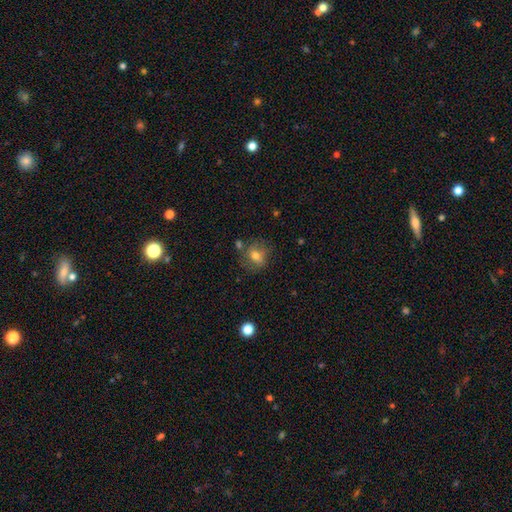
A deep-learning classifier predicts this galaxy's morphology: This appears to be a smooth galaxy with no disk features (70%) that is round (64%). Merging: none (66%).